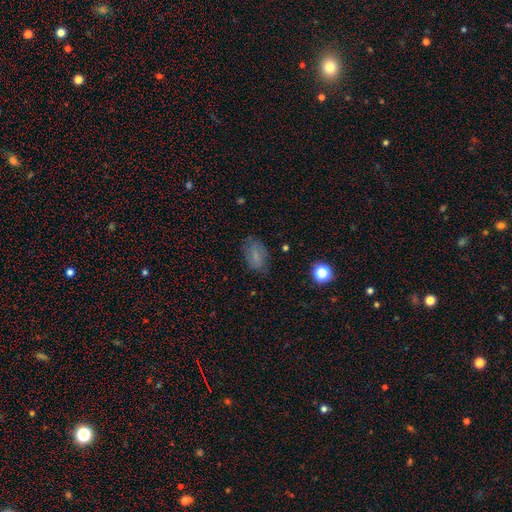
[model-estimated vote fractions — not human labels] smooth-or-featured: smooth: 71% | featured or disk: 18% | star or artifact: 12%
  how-rounded: in between: 87% | round: 11% | cigar-shaped: 2%
  merging: none: 73% | minor disturbance: 19% | major disturbance: 6% | merger: 2%